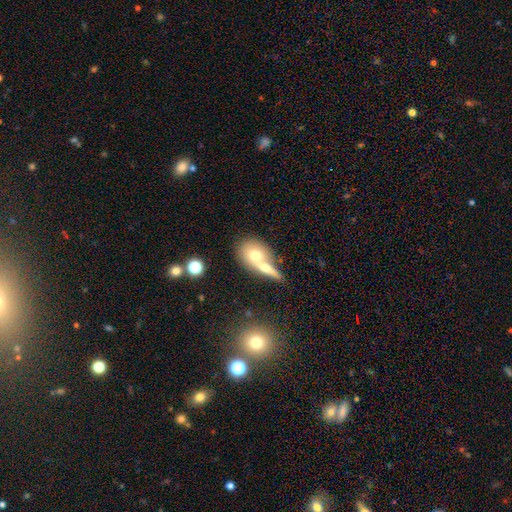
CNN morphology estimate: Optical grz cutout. It shows a smooth galaxy with no disk features (65%) that is round (49%). Merging: merger (62%).